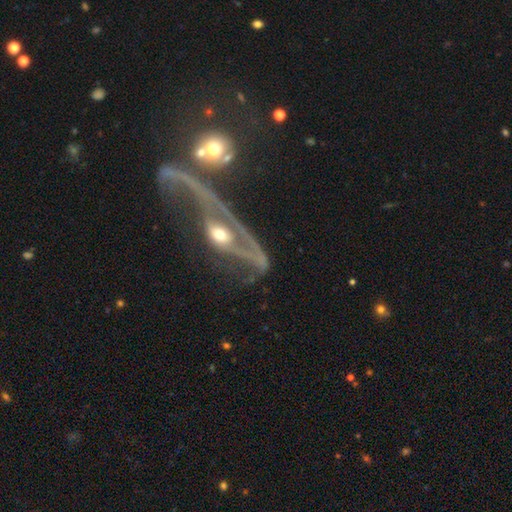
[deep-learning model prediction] A featured or disk galaxy (73%) with no bar (69%), spiral arms (59%) and a moderate central bulge (61%). Merging: major disturbance (44%).